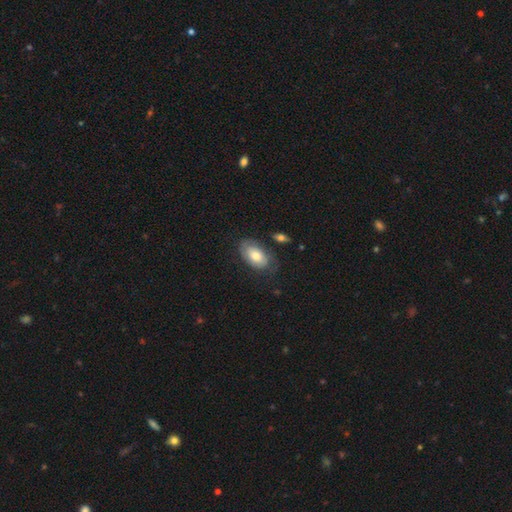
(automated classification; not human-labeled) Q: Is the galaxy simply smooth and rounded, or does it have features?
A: smooth — 64%.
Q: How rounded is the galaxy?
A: in between — 93%.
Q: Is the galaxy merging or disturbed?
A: none — 66%.